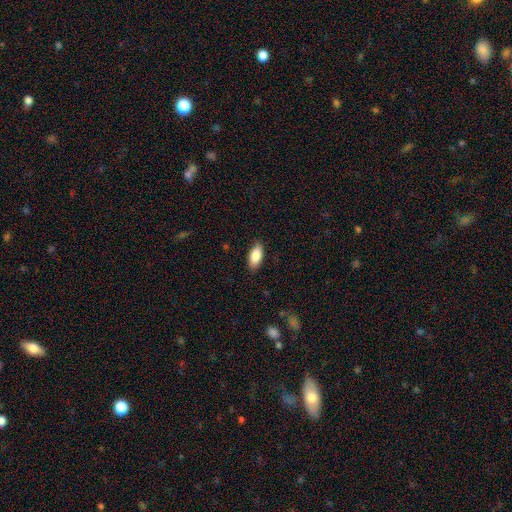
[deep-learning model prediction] Smooth or featured? Predicted: smooth (p=0.87). How rounded? Predicted: in between (p=0.89). Merging? Predicted: none (p=0.87).